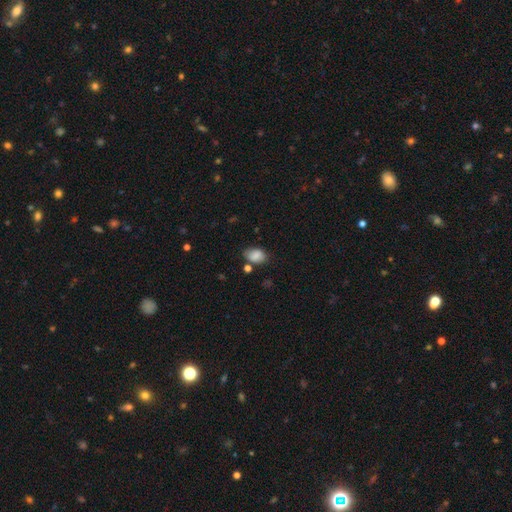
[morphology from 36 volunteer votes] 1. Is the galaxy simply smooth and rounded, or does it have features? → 89% smooth, 8% featured or disk, 3% star or artifact.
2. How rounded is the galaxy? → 78% in between, 22% round, 0% cigar-shaped.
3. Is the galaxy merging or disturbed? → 83% none, 11% minor disturbance, 3% major disturbance, 3% merger.